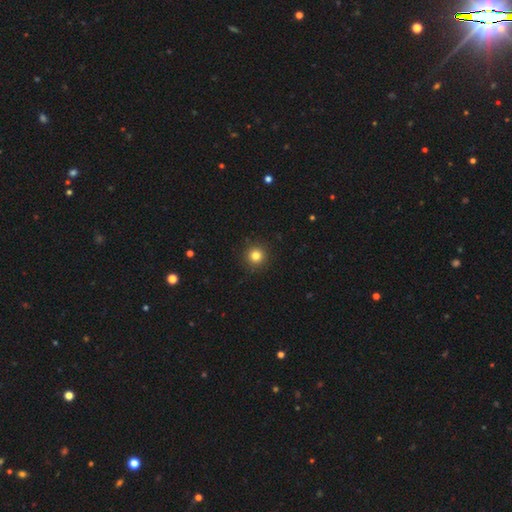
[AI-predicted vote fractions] The model was most divided on "smooth or featured": smooth: 82%, star or artifact: 13%, featured or disk: 6%. More confident: how rounded — round (96%); merging — none (92%).